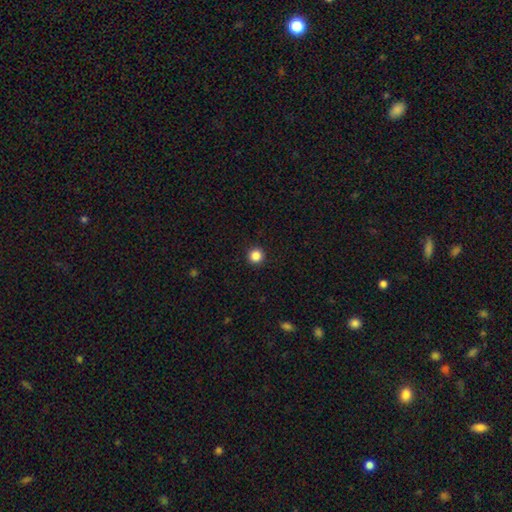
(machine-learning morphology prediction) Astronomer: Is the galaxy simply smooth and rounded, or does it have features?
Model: smooth — 86%.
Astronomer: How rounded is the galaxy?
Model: round — 96%.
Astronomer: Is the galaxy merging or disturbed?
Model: none — 93%.